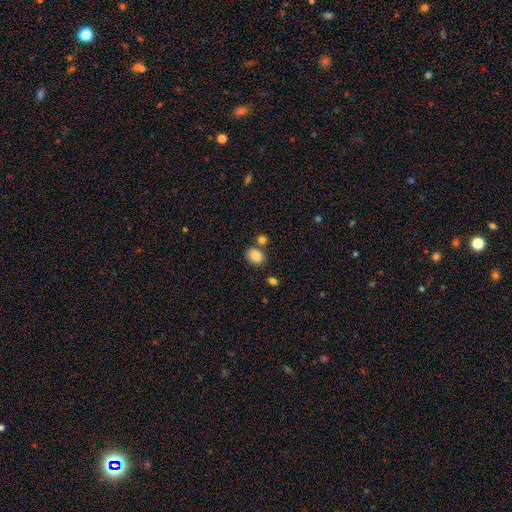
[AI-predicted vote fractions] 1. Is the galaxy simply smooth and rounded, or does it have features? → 84% smooth, 9% star or artifact, 7% featured or disk.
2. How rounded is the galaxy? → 54% in between, 45% round, 1% cigar-shaped.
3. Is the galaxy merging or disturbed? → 69% none, 15% merger, 12% minor disturbance, 3% major disturbance.